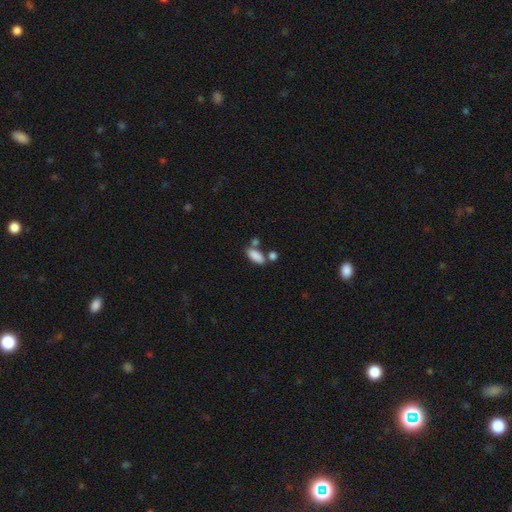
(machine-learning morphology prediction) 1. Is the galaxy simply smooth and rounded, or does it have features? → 86% smooth, 8% star or artifact, 6% featured or disk.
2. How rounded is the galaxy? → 87% in between, 10% cigar-shaped, 3% round.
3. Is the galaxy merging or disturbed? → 57% none, 25% merger, 13% minor disturbance, 5% major disturbance.